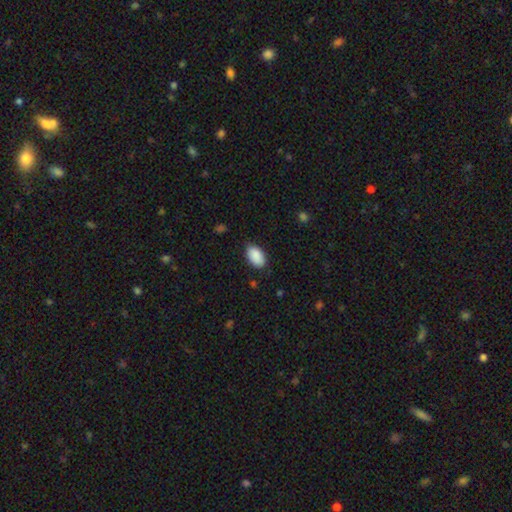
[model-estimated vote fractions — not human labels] Smooth or featured? Predicted: smooth (p=0.90). How rounded? Predicted: in between (p=0.95). Merging? Predicted: none (p=0.82).